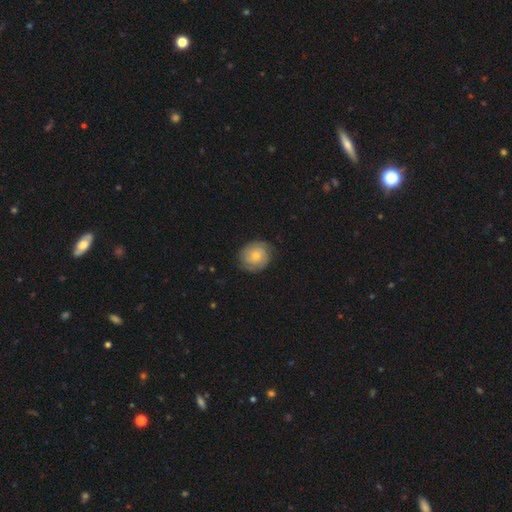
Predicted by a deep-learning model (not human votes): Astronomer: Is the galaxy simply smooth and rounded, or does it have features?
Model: featured or disk — 51% (runner-up: smooth, 41%).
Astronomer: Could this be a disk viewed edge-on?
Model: no — 97%.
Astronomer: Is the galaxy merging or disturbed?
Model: none — 79%.